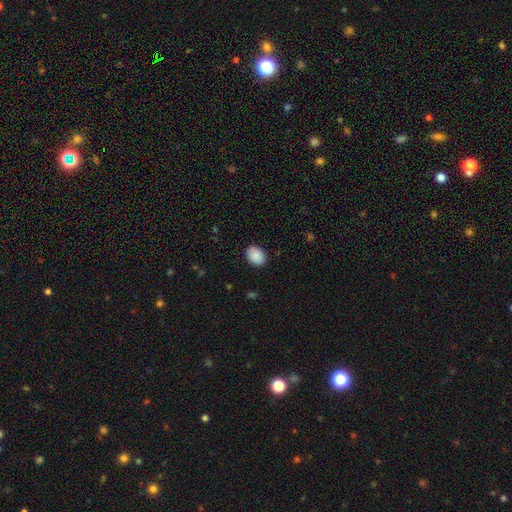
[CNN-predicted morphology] Q: Smooth or featured?
A: smooth (89%); runner-up: star or artifact (7%)
Q: How rounded?
A: in between (66%); runner-up: round (33%)
Q: Merging?
A: none (88%); runner-up: minor disturbance (9%)